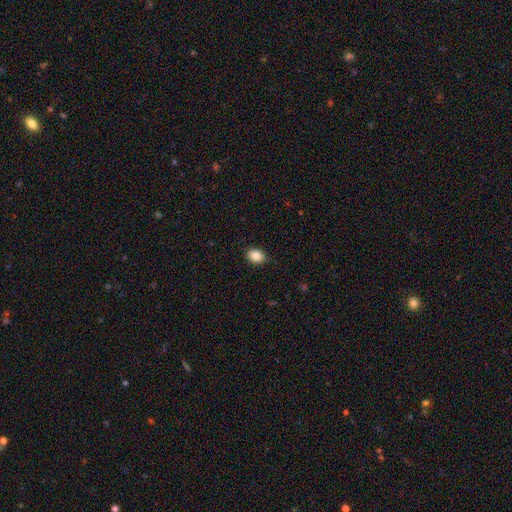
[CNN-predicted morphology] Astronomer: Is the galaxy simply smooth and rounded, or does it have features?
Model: smooth — 87%.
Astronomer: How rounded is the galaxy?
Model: in between — 70%.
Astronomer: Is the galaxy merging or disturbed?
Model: none — 88%.